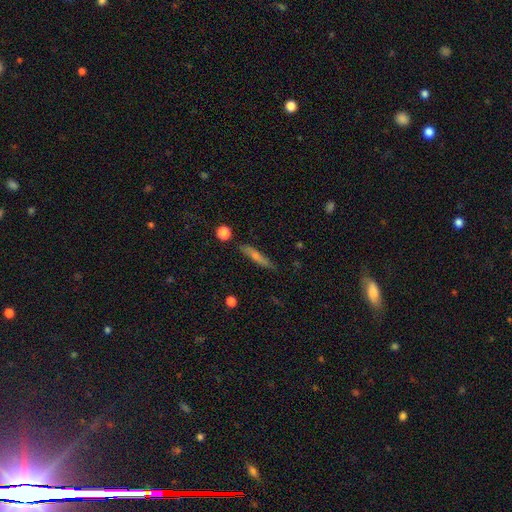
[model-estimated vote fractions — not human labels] A smooth galaxy with no disk features (48%).

Vote fractions:
- Smooth or featured? smooth: 48% / featured or disk: 43% / star or artifact: 9%
- Merging? none: 86% / minor disturbance: 10% / merger: 2% / major disturbance: 2%